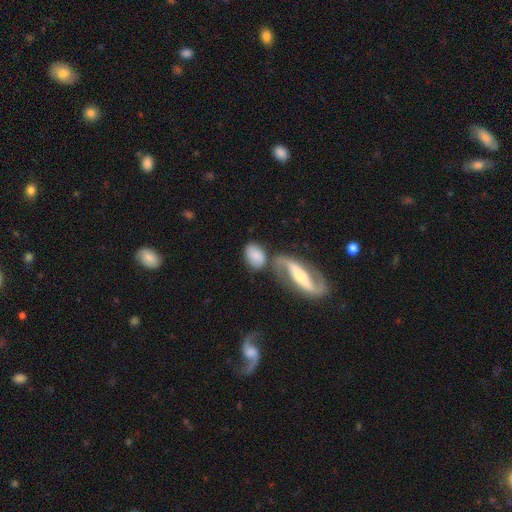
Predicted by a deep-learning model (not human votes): smooth_or_featured: smooth (p=0.69) [alt: featured or disk p=0.24]
how_rounded: in between (p=0.84) [alt: round p=0.12]
merging: none (p=0.45) [alt: merger p=0.32]